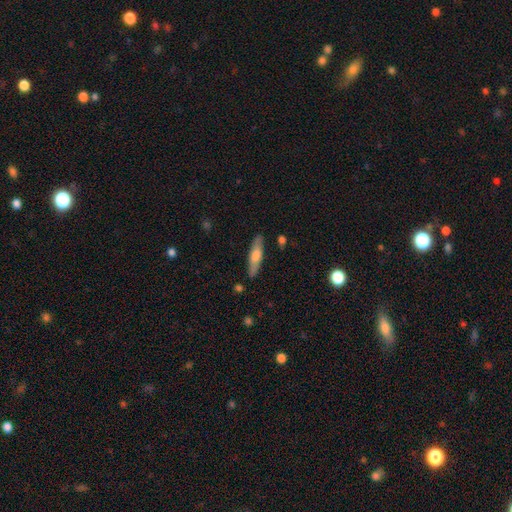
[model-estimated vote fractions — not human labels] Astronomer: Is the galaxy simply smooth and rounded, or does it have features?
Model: smooth — 57% (runner-up: featured or disk, 37%).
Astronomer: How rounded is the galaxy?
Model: cigar-shaped — 75%.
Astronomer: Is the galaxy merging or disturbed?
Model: none — 87%.